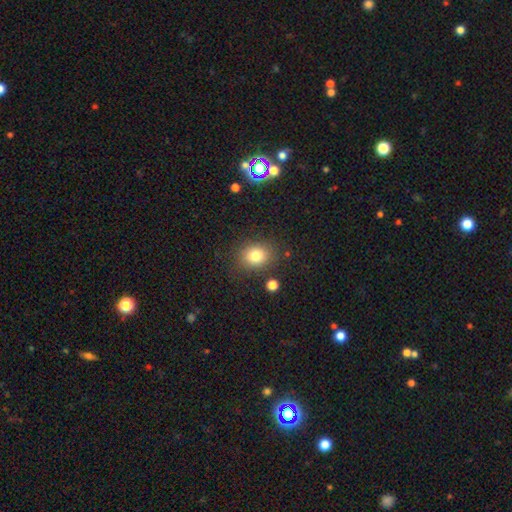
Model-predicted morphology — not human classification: The model was most divided on "how rounded": round: 61%, in between: 38%, cigar-shaped: 1%. More confident: merging — none (82%); smooth or featured — smooth (80%).